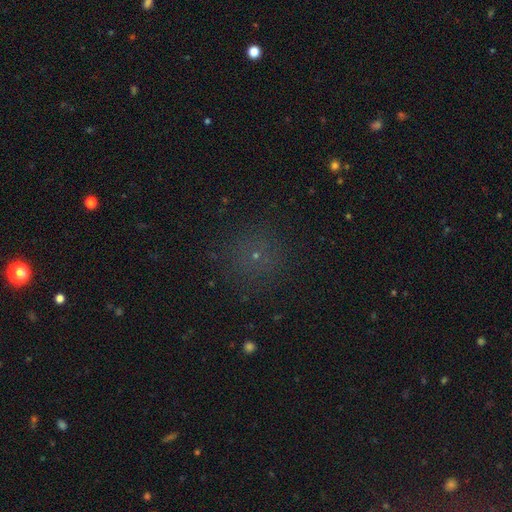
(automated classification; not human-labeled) smooth 54%, star or artifact 37%, featured or disk 9%. Down the decision tree: how rounded — round (93%); merging — none (87%).